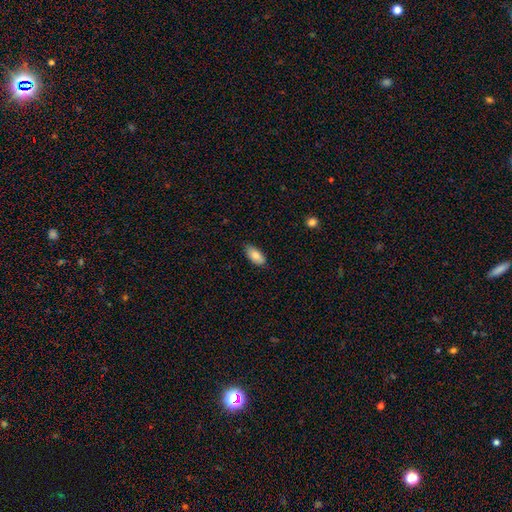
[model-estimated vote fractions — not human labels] smooth-or-featured: smooth: 83% | featured or disk: 10% | star or artifact: 7%
  how-rounded: in between: 91% | cigar-shaped: 7% | round: 2%
  merging: none: 82% | minor disturbance: 14% | major disturbance: 2% | merger: 1%